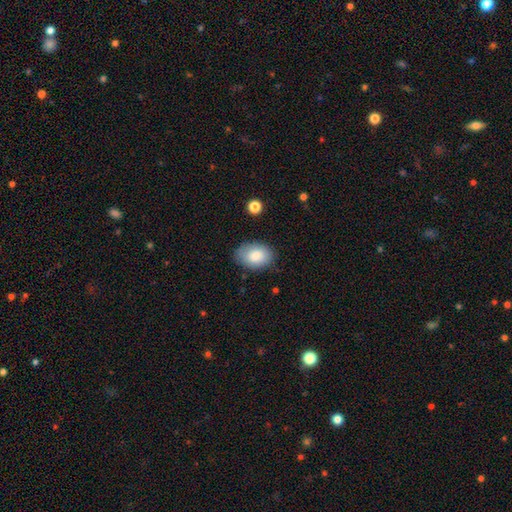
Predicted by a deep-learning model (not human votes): Q: Smooth or featured?
A: smooth (83%); runner-up: featured or disk (9%)
Q: How rounded?
A: in between (83%); runner-up: round (16%)
Q: Merging?
A: none (80%); runner-up: minor disturbance (15%)